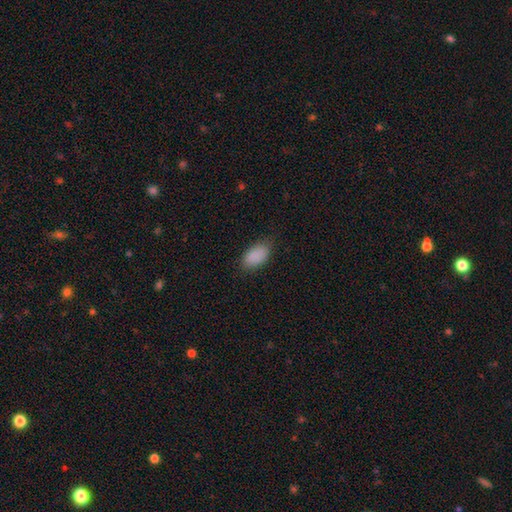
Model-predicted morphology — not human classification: Q: Smooth or featured?
A: smooth (89%); runner-up: star or artifact (8%)
Q: How rounded?
A: in between (93%); runner-up: round (5%)
Q: Merging?
A: none (79%); runner-up: minor disturbance (16%)